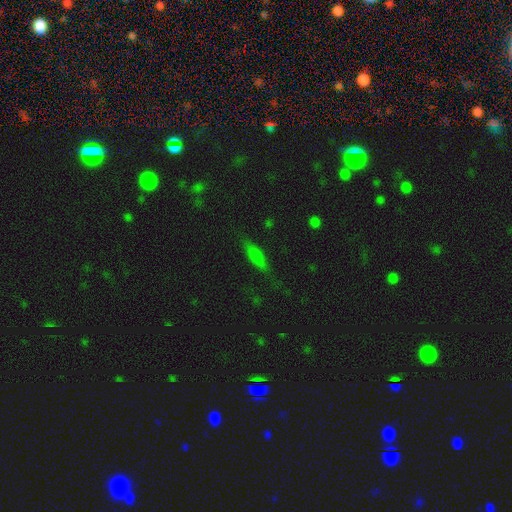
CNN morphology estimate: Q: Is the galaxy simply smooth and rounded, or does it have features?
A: smooth — 69%.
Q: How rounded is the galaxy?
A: cigar-shaped — 58%.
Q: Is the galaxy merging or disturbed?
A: none — 78%.